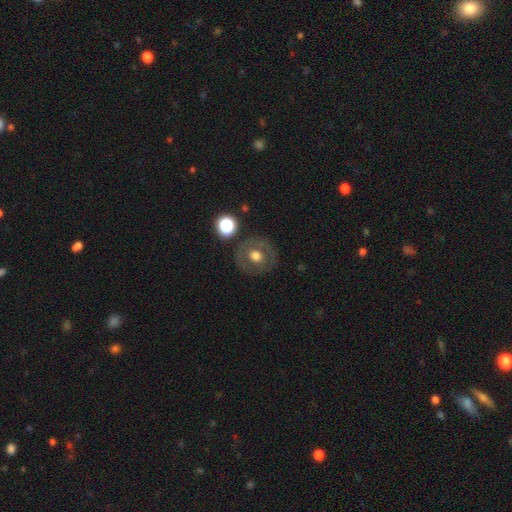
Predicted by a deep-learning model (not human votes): The model was most divided on "smooth or featured": smooth: 53%, featured or disk: 36%, star or artifact: 10%. More confident: how rounded — round (86%); merging — none (83%).